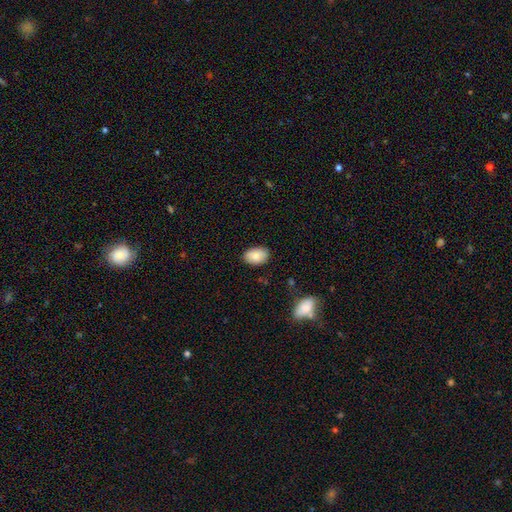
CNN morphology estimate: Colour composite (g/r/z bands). It shows a smooth galaxy with no disk features (86%) that is in between round and cigar-shaped (88%). Merging: none (84%).